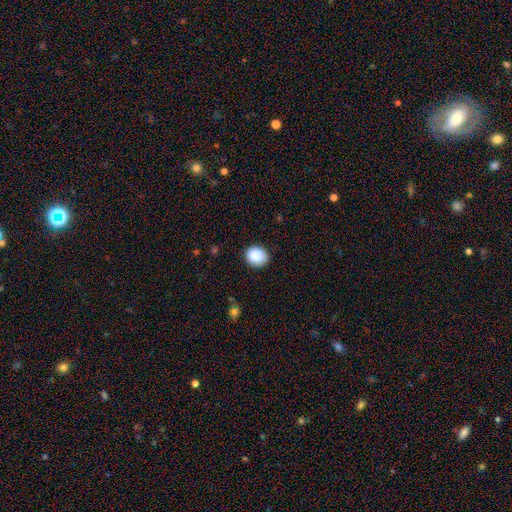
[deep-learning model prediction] A smooth galaxy with no disk features (87%) that is round (69%). Merging: none (84%).